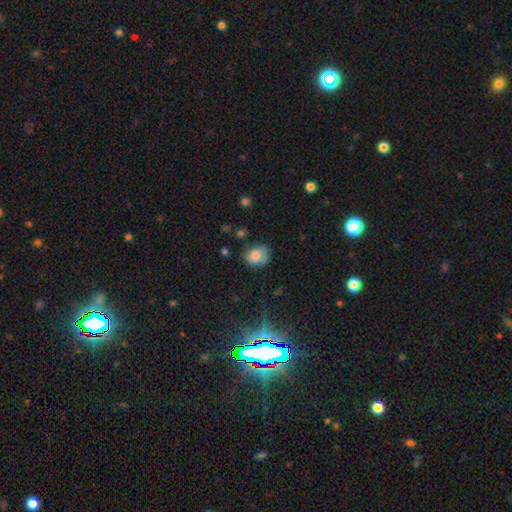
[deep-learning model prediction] A smooth galaxy with no disk features (71%) that is round (55%).

Vote fractions:
- Smooth or featured? smooth: 71% / featured or disk: 18% / star or artifact: 10%
- How rounded? round: 55% / in between: 44% / cigar-shaped: 1%
- Merging? none: 57% / minor disturbance: 29% / major disturbance: 12% / merger: 3%